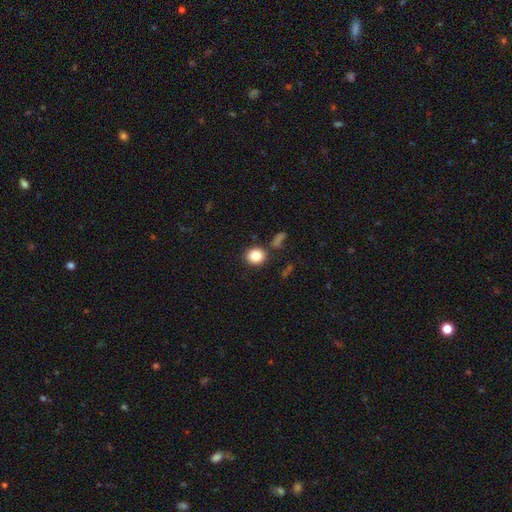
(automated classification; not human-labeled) A smooth galaxy with no disk features (84%) that is round (79%).

Vote fractions:
- Smooth or featured? smooth: 84% / star or artifact: 10% / featured or disk: 6%
- How rounded? round: 79% / in between: 20% / cigar-shaped: 1%
- Merging? none: 84% / minor disturbance: 8% / merger: 5% / major disturbance: 3%